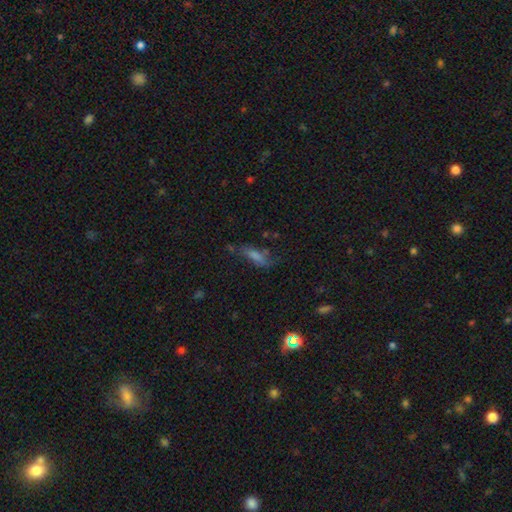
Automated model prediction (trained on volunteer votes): Smooth or featured? Predicted: smooth (p=0.51). How rounded? Predicted: cigar-shaped (p=0.51). Merging? Predicted: none (p=0.54).